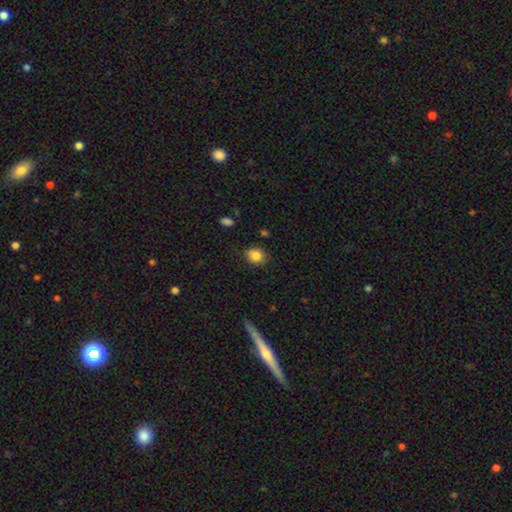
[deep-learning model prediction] Morphology: type=smooth (84%); roundness=round (67%); merging=none (81%).